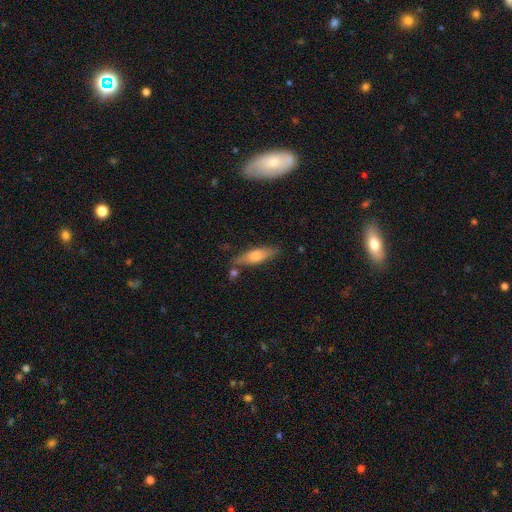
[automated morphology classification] smooth-or-featured: smooth: 63% | featured or disk: 30% | star or artifact: 7%
  how-rounded: cigar-shaped: 53% | in between: 44% | round: 2%
  merging: none: 69% | minor disturbance: 18% | merger: 8% | major disturbance: 5%